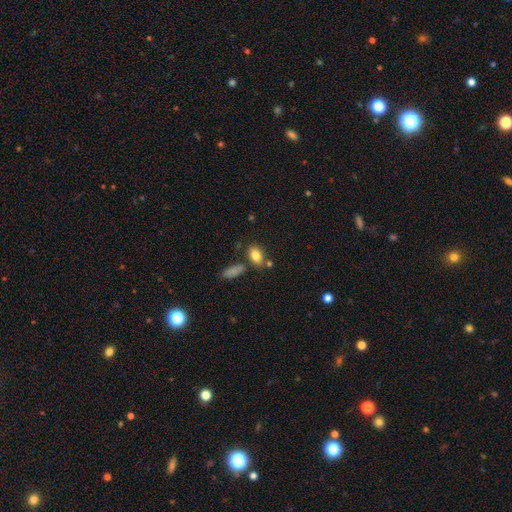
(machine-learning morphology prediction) smooth_or_featured: smooth (p=0.82) [alt: star or artifact p=0.09]
how_rounded: in between (p=0.83) [alt: round p=0.15]
merging: none (p=0.66) [alt: minor disturbance p=0.15]